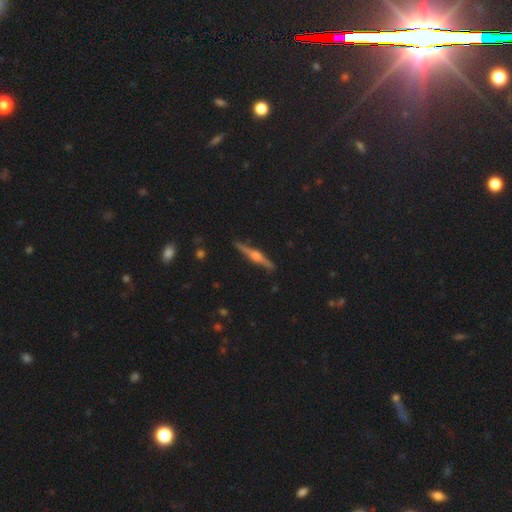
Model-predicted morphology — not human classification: The model was most divided on "smooth or featured": featured or disk: 82%, smooth: 13%, star or artifact: 5%. More confident: edge-on disk — yes (98%); edge-on bulge — rounded (94%); merging — none (91%).